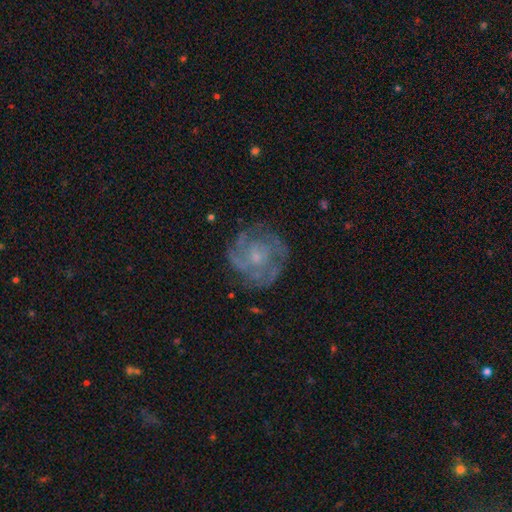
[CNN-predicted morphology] Smooth or featured?
  - featured or disk: 77% *
  - smooth: 15%
  - star or artifact: 8%
Edge-on disk?
  - no: 98% *
  - yes: 2%
Bar?
  - no: 74% *
  - weak: 22%
  - strong: 3%
Spiral arms?
  - yes: 87% *
  - no: 13%
Spiral winding?
  - tight: 55% *
  - medium: 35%
  - loose: 10%
Spiral arm count?
  - can't tell: 34% *
  - 3: 25%
  - 2: 17%
  - 4: 13%
  - more than 4: 6%
  - 1: 6%
Bulge size?
  - small: 64% *
  - moderate: 25%
  - none: 9%
  - large: 2%
  - dominant: 1%
Merging?
  - none: 74% *
  - minor disturbance: 16%
  - major disturbance: 8%
  - merger: 1%